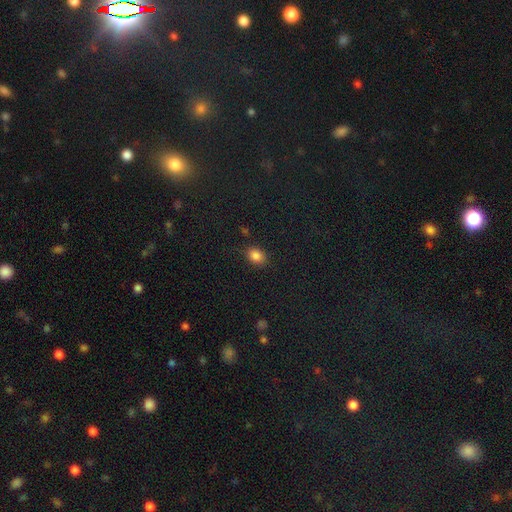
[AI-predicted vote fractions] Morphology: type=smooth (84%); roundness=in between (63%); merging=none (81%).